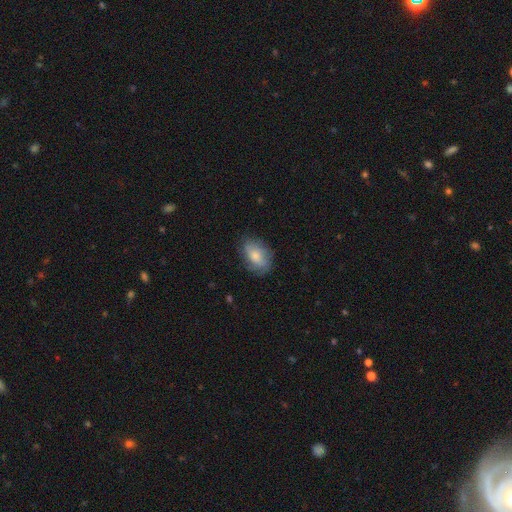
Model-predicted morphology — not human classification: smooth-or-featured: smooth: 71% | featured or disk: 22% | star or artifact: 7%
  how-rounded: in between: 85% | round: 13% | cigar-shaped: 2%
  merging: none: 70% | minor disturbance: 22% | major disturbance: 7% | merger: 1%